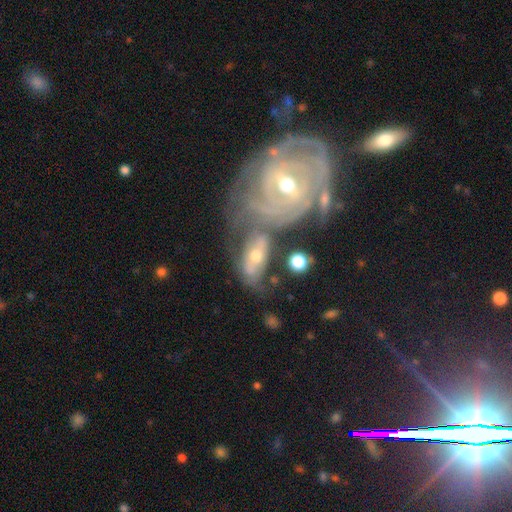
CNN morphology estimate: Smooth or featured: featured or disk — 67% (smooth — 26%)
Edge-on disk: no — 90% (yes — 10%)
Bar: no — 49% (weak — 31%)
Spiral arms: yes — 76% (no — 24%)
Bulge size: moderate — 67% (small — 25%)
Merging: none — 36% (merger — 34%)